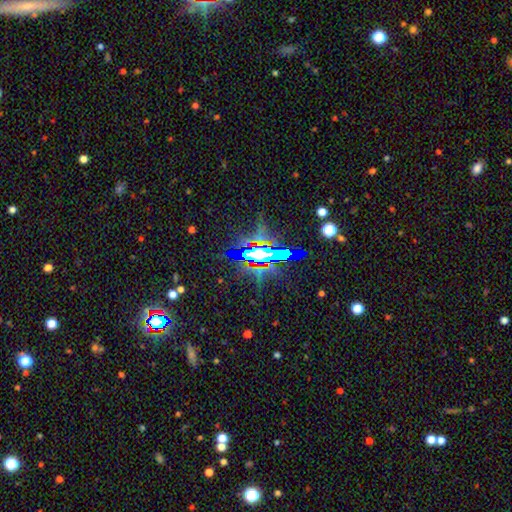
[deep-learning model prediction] The model was most divided on "smooth or featured": star or artifact: 67%, featured or disk: 18%, smooth: 15%.